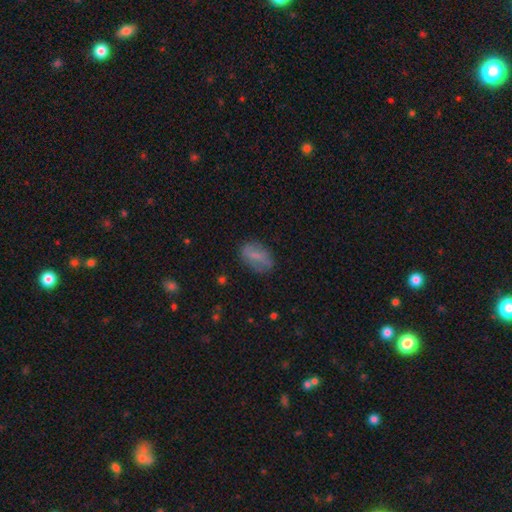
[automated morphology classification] smooth_or_featured: smooth (p=0.64) [alt: featured or disk p=0.27]
how_rounded: in between (p=0.87) [alt: round p=0.10]
merging: none (p=0.69) [alt: minor disturbance p=0.21]